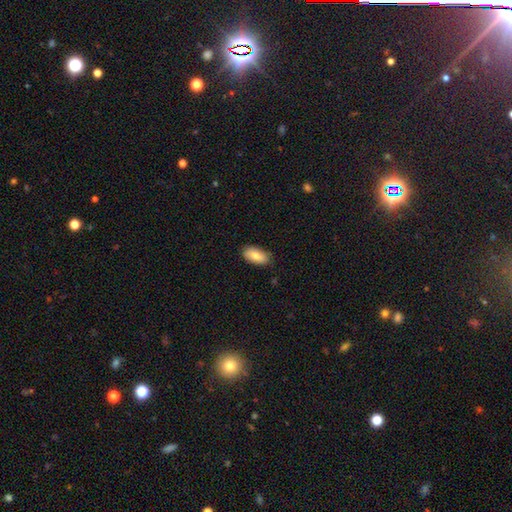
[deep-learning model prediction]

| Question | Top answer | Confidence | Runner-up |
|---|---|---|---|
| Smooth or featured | smooth | 80% | featured or disk (14%) |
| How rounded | in between | 93% | cigar-shaped (4%) |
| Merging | none | 84% | minor disturbance (13%) |